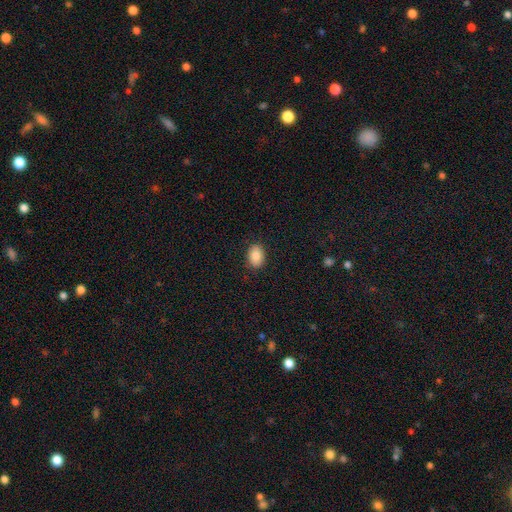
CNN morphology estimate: Q: Smooth or featured?
A: smooth (87%); runner-up: star or artifact (8%)
Q: How rounded?
A: in between (80%); runner-up: round (18%)
Q: Merging?
A: none (88%); runner-up: minor disturbance (9%)